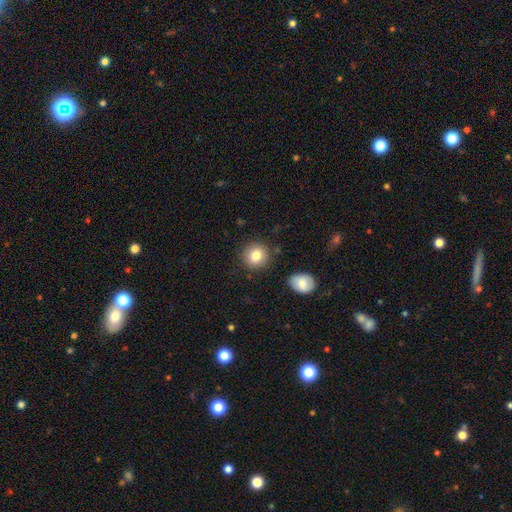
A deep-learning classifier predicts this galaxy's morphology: Smooth or featured? smooth (82%)
How rounded? round (88%)
Merging? none (86%)